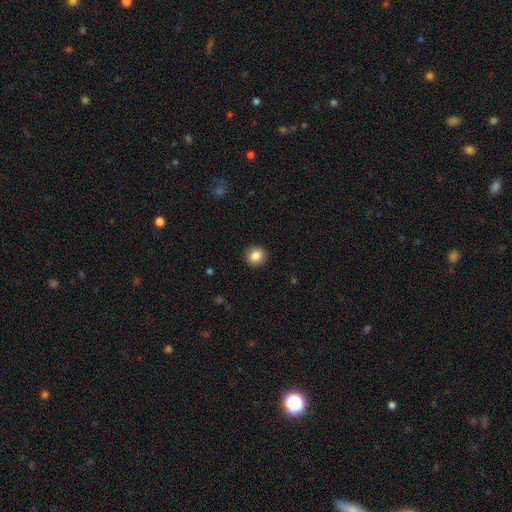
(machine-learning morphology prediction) A smooth galaxy with no disk features (86%) that is round (93%).

Vote fractions:
- Smooth or featured? smooth: 86% / star or artifact: 9% / featured or disk: 5%
- How rounded? round: 93% / in between: 6% / cigar-shaped: 1%
- Merging? none: 92% / minor disturbance: 5% / major disturbance: 2% / merger: 1%